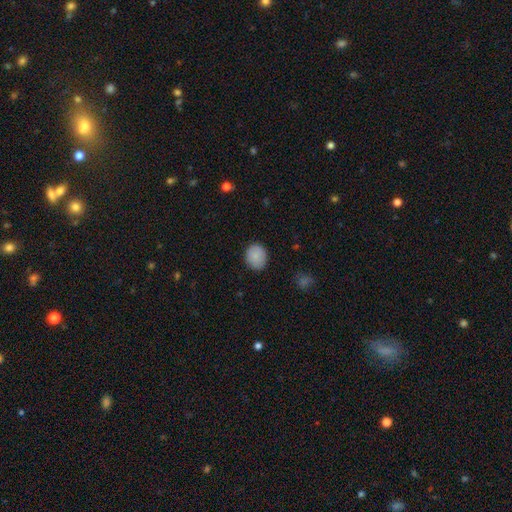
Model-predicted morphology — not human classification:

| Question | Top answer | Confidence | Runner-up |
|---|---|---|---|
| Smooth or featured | smooth | 87% | star or artifact (8%) |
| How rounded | round | 70% | in between (29%) |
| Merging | none | 85% | minor disturbance (11%) |